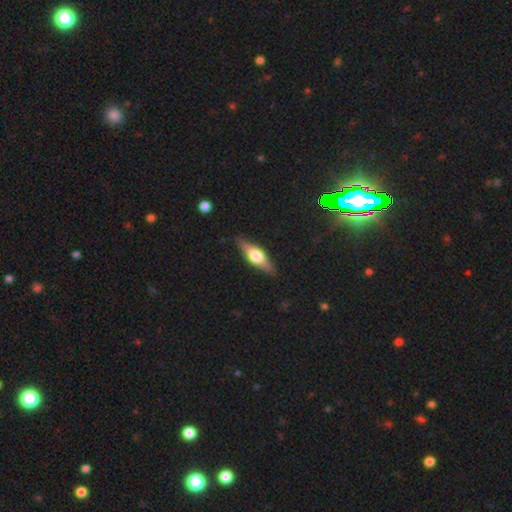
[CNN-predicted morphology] Smooth or featured: featured or disk — 56% (smooth — 38%)
Edge-on disk: yes — 93% (no — 7%)
Edge-on bulge: rounded — 92% (boxy — 6%)
Merging: none — 87% (minor disturbance — 10%)